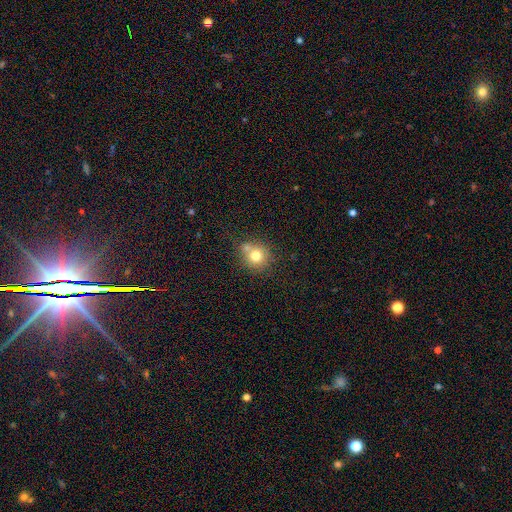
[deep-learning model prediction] Morphology: type=smooth (74%); roundness=round (87%); merging=none (53%).